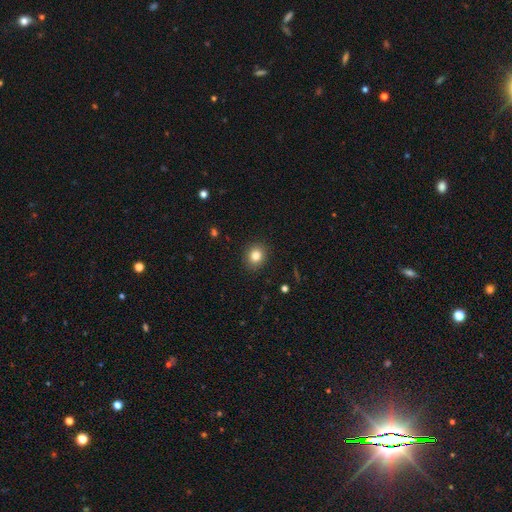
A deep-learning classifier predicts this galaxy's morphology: Smooth or featured? Predicted: smooth (p=0.82). How rounded? Predicted: round (p=0.76). Merging? Predicted: none (p=0.91).